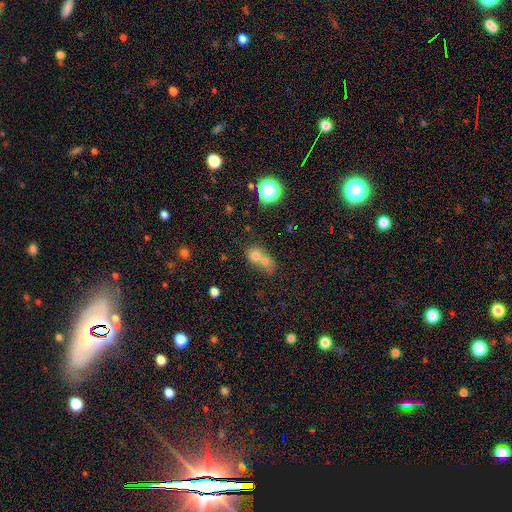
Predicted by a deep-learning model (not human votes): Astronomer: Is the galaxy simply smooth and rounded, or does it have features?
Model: smooth — 70%.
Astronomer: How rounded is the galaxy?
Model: round — 68%.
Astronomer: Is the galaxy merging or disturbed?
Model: merger — 69%.